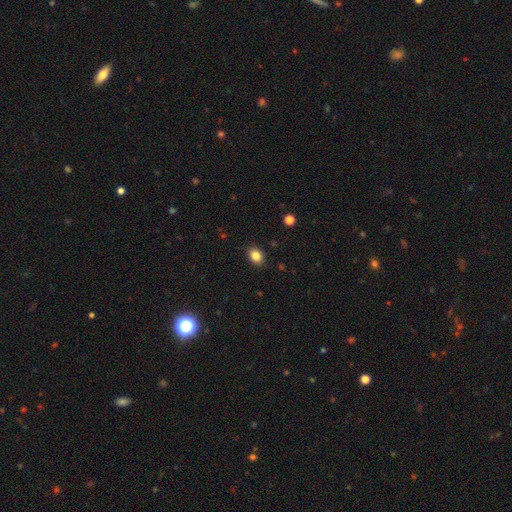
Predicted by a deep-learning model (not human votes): Overall: smooth (84%). How rounded: in between (60%; round 39%). Merging: none (89%).